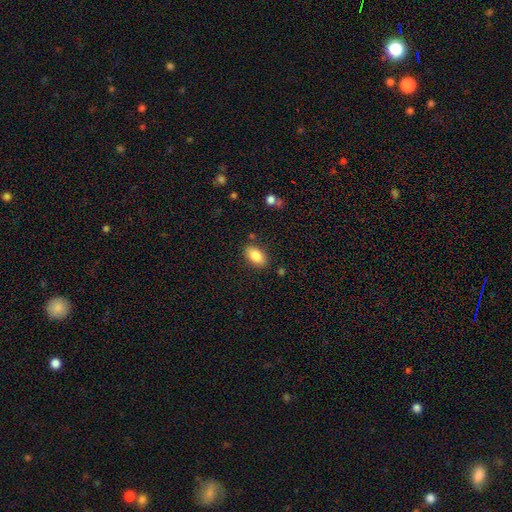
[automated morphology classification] Q: Smooth or featured?
A: smooth (84%); runner-up: featured or disk (8%)
Q: How rounded?
A: in between (92%); runner-up: round (6%)
Q: Merging?
A: none (85%); runner-up: minor disturbance (10%)